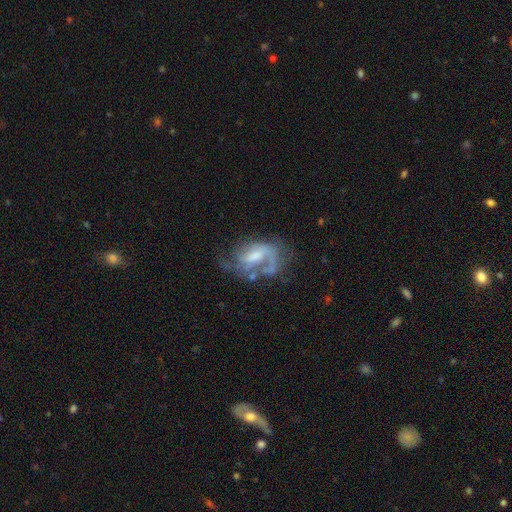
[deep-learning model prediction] Morphology: type=featured or disk (74%); edge-on=no (97%); bar=weak (46%); spiral arms=yes (79%); winding=medium (41%); arm count=1 (50%); bulge=moderate (44%); merging=none (39%).